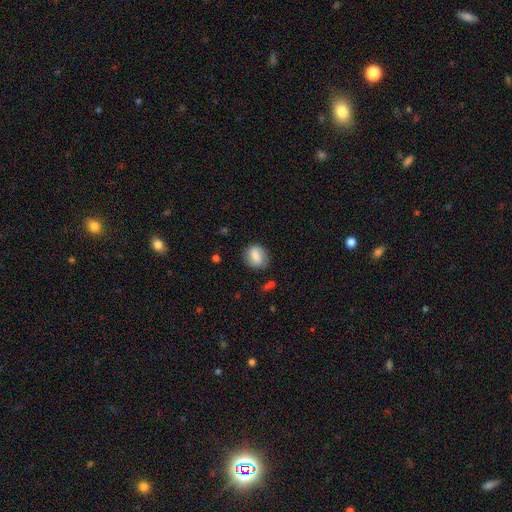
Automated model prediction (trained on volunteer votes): Smooth or featured?
  - smooth: 68% *
  - featured or disk: 24%
  - star or artifact: 8%
How rounded?
  - round: 52% *
  - in between: 46%
  - cigar-shaped: 2%
Merging?
  - none: 77% *
  - minor disturbance: 16%
  - major disturbance: 5%
  - merger: 2%